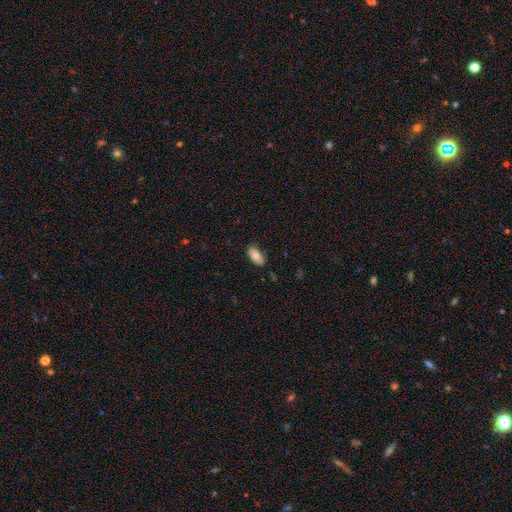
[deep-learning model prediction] This is likely a smooth galaxy (75%). How rounded: clearly in between (91%). Merging: likely none (80%).